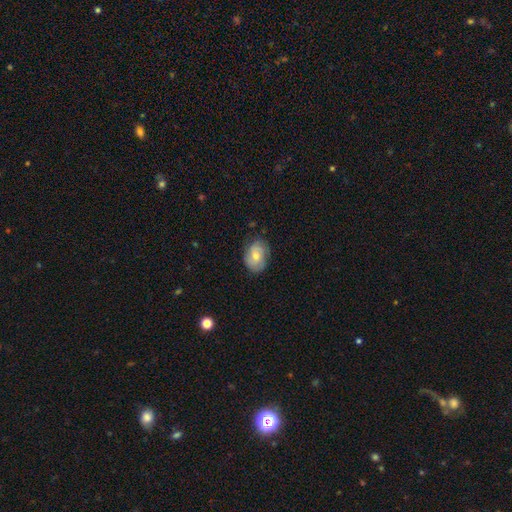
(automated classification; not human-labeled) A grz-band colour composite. It shows a smooth galaxy with no disk features (58%) that is in between round and cigar-shaped (73%). Merging: none (72%).